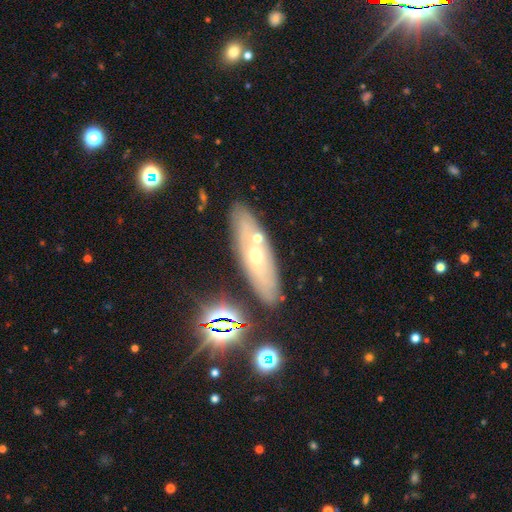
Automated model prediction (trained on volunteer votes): featured or disk 52%, smooth 33%, star or artifact 15%. Down the decision tree: edge-on disk — no (61%); merging — none (79%).